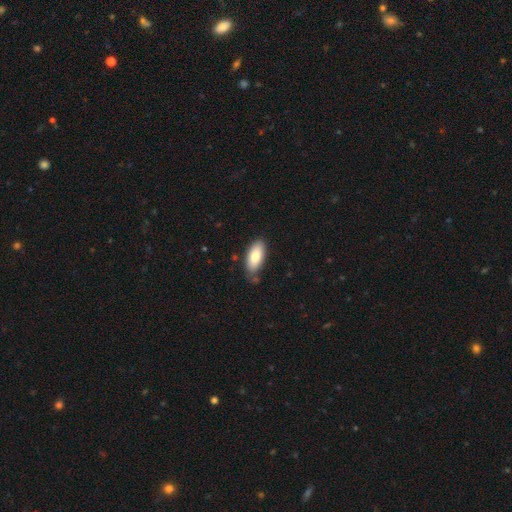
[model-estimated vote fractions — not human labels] smooth 79%, featured or disk 15%, star or artifact 7%. Down the decision tree: how rounded — in between (88%); merging — none (73%).